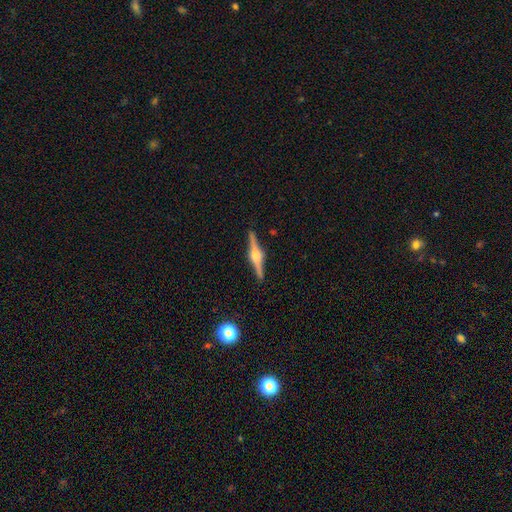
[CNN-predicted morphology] A featured or disk galaxy (86%) viewed edge-on (98%) with a rounded central bulge (93%).

Vote fractions:
- Smooth or featured? featured or disk: 86% / smooth: 9% / star or artifact: 5%
- Edge-on disk? yes: 98% / no: 2%
- Edge-on bulge? rounded: 93% / boxy: 5% / none: 1%
- Merging? none: 91% / minor disturbance: 6% / major disturbance: 1% / merger: 1%